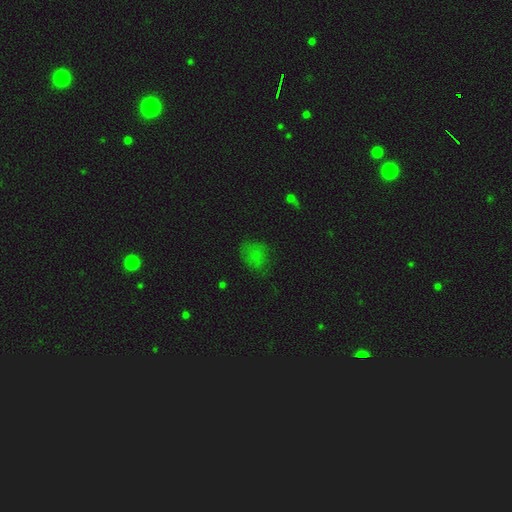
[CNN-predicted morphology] Overall: smooth (64%). How rounded: round (53%; in between 45%). Merging: none (57%; minor disturbance 26%).